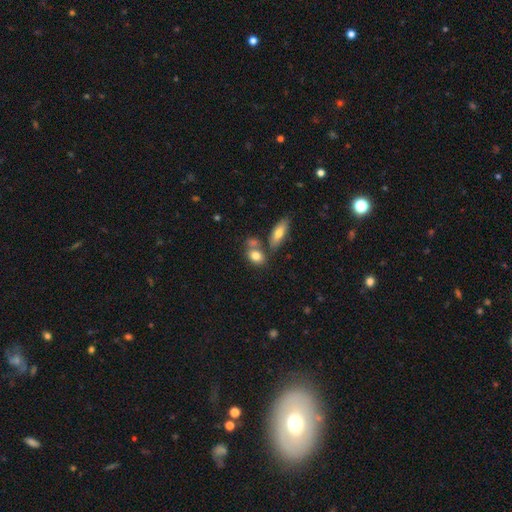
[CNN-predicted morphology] Overall: smooth (79%). How rounded: in between (77%). Merging: none (49%; merger 34%).